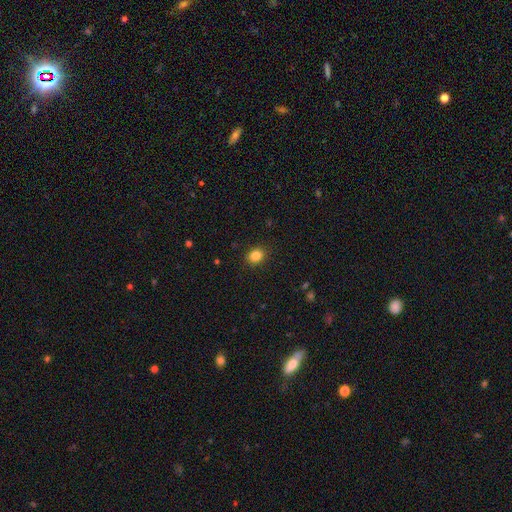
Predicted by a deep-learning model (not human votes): The model was most divided on "how rounded": round: 59%, in between: 40%, cigar-shaped: 1%. More confident: merging — none (89%); smooth or featured — smooth (84%).